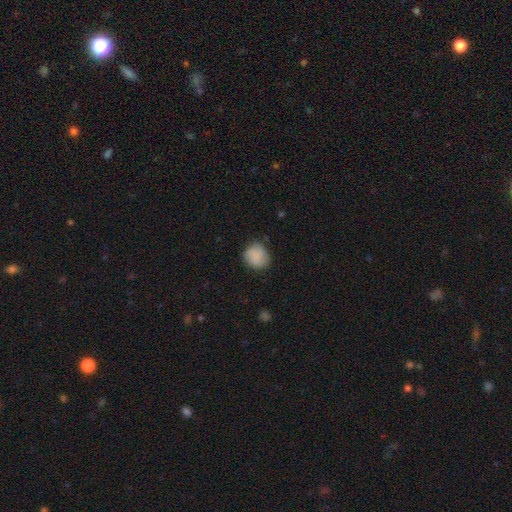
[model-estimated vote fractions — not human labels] Smooth or featured?
  - smooth: 77% *
  - featured or disk: 15%
  - star or artifact: 8%
How rounded?
  - round: 76% *
  - in between: 23%
  - cigar-shaped: 1%
Merging?
  - none: 68% *
  - minor disturbance: 24%
  - major disturbance: 6%
  - merger: 1%